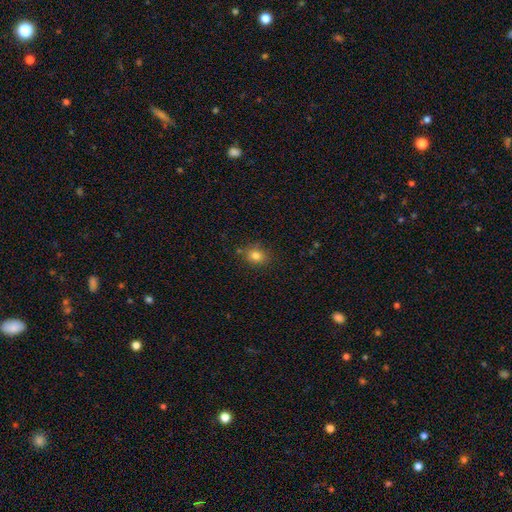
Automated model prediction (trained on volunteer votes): The model was most divided on "how rounded": round: 56%, in between: 43%, cigar-shaped: 1%. More confident: smooth or featured — smooth (81%); merging — none (78%).